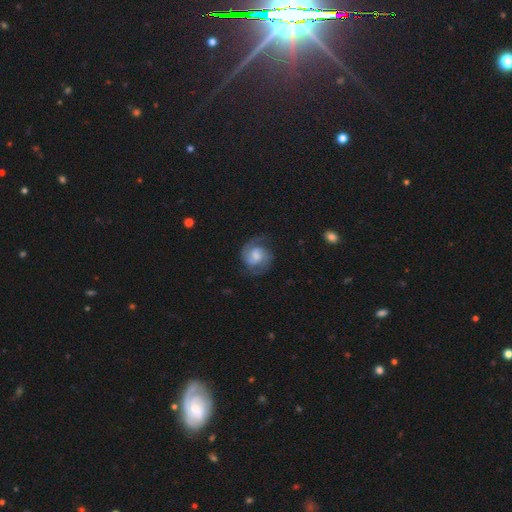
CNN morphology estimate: The model was most divided on "bar": no: 48%, weak: 44%, strong: 8%. Remaining: edge-on disk — no (98%); spiral arms — yes (96%); spiral arm count — 2 (85%); smooth or featured — featured or disk (79%); merging — none (72%); spiral winding — medium (49%); bulge size — moderate (41%).